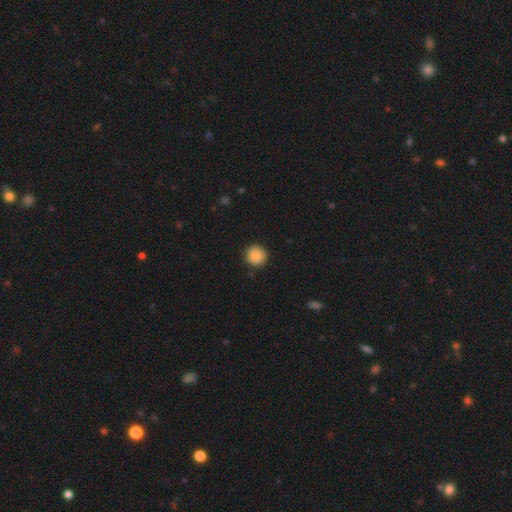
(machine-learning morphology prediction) Smooth or featured?
  - smooth: 88% *
  - star or artifact: 8%
  - featured or disk: 4%
How rounded?
  - round: 93% *
  - in between: 7%
  - cigar-shaped: 1%
Merging?
  - none: 89% *
  - minor disturbance: 7%
  - major disturbance: 2%
  - merger: 1%